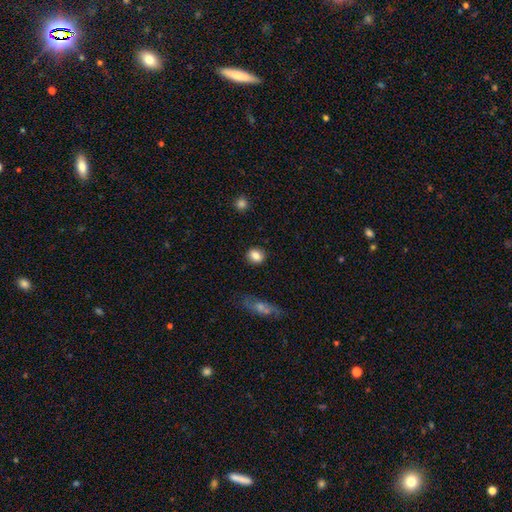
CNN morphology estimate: This is clearly a smooth galaxy (84%). How rounded: likely round (60%). Merging: clearly none (87%).